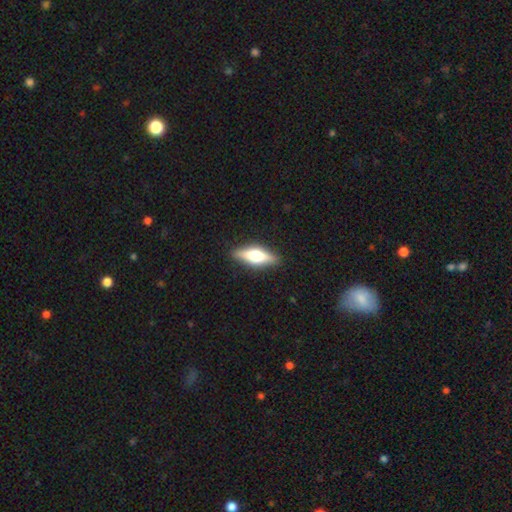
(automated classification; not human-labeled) A featured or disk galaxy (52%) viewed edge-on (93%). Merging: none (89%).